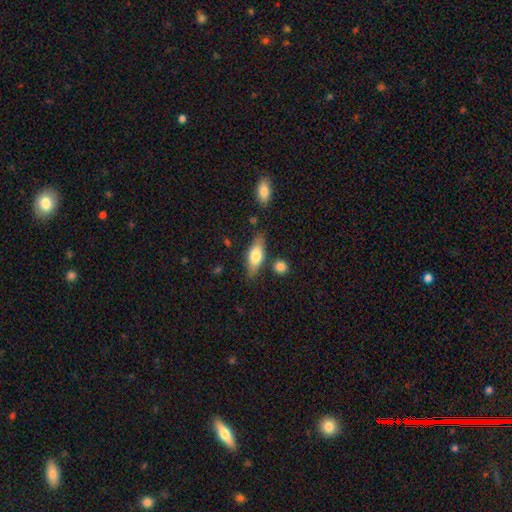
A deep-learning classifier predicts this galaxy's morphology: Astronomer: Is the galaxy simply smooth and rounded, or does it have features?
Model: smooth — 66%.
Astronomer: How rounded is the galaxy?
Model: in between — 67%.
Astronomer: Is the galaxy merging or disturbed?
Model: none — 77%.